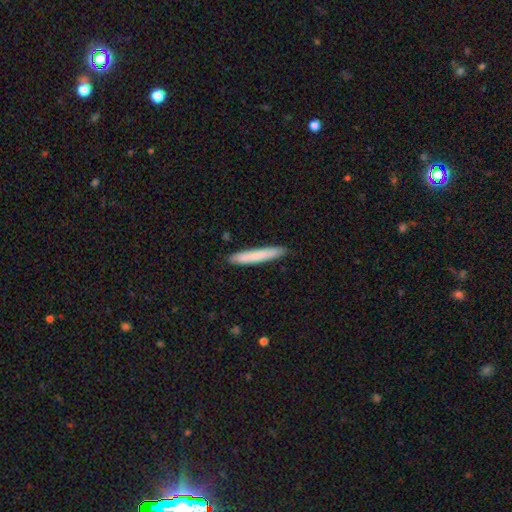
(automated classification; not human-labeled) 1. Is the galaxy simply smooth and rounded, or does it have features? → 76% smooth, 18% featured or disk, 6% star or artifact.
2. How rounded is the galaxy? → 95% cigar-shaped, 4% in between, 1% round.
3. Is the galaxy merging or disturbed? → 89% none, 9% minor disturbance, 2% major disturbance, 1% merger.